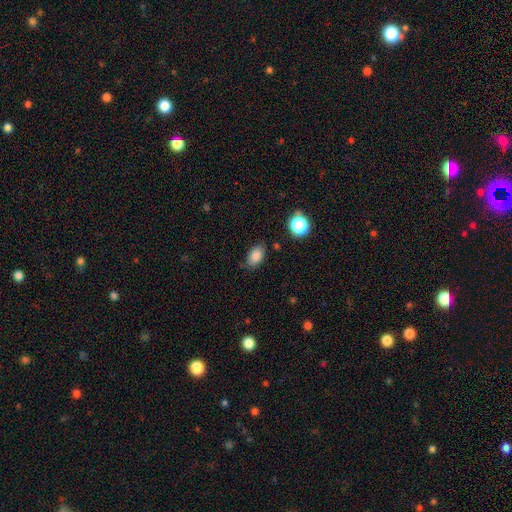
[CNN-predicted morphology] smooth 84%, star or artifact 10%, featured or disk 6%. Down the decision tree: how rounded — in between (88%); merging — none (77%).